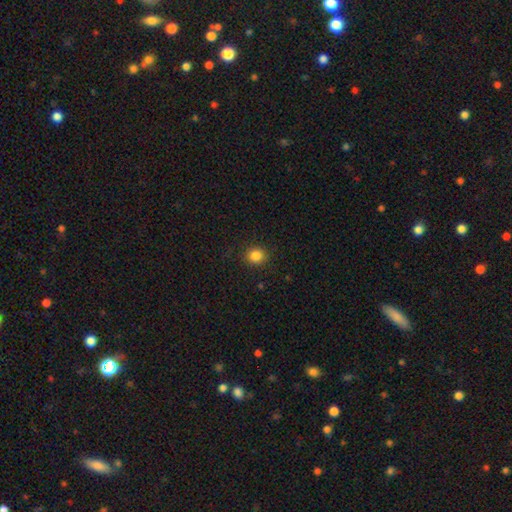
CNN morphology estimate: A smooth galaxy with no disk features (85%) that is round (85%).

Vote fractions:
- Smooth or featured? smooth: 85% / star or artifact: 11% / featured or disk: 4%
- How rounded? round: 85% / in between: 14% / cigar-shaped: 1%
- Merging? none: 90% / minor disturbance: 7% / major disturbance: 2% / merger: 1%